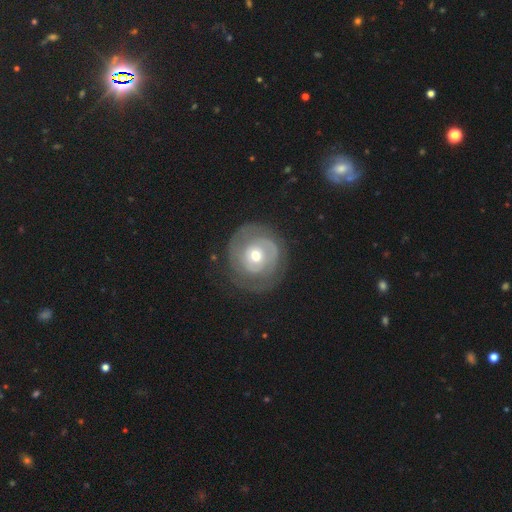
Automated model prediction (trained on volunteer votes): The model was most divided on "spiral arm count": 2: 41%, can't tell: 29%, 1: 16%, 3: 8%, 4: 3%, more than 4: 3%. More confident: edge-on disk — no (97%); spiral arms — yes (77%); bar — no (74%); smooth or featured — featured or disk (73%); merging — none (67%); spiral winding — tight (65%); bulge size — moderate (65%).